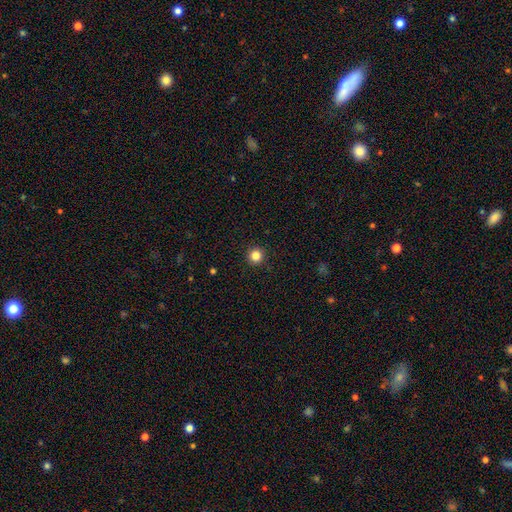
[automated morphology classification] Smooth or featured? smooth (84%)
How rounded? round (95%)
Merging? none (93%)